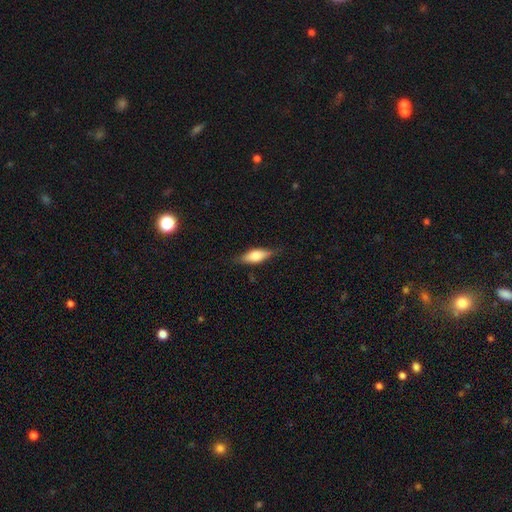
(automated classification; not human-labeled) smooth_or_featured: smooth (p=0.64) [alt: featured or disk p=0.30]
how_rounded: in between (p=0.68) [alt: cigar-shaped p=0.29]
merging: none (p=0.79) [alt: minor disturbance p=0.16]